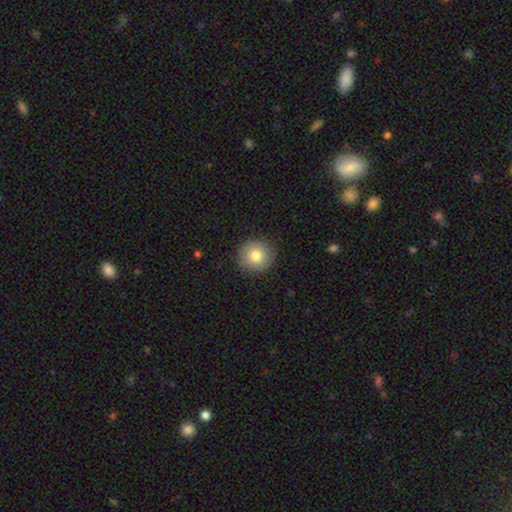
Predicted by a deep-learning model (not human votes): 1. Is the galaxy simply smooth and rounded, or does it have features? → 78% smooth, 13% featured or disk, 9% star or artifact.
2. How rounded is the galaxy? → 93% round, 6% in between, 1% cigar-shaped.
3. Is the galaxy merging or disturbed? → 87% none, 9% minor disturbance, 2% major disturbance, 1% merger.